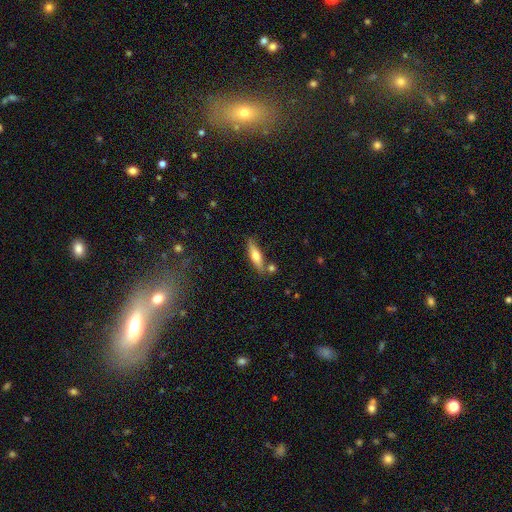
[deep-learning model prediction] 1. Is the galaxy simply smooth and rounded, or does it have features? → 56% smooth, 38% featured or disk, 6% star or artifact.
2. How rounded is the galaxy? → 72% cigar-shaped, 26% in between, 2% round.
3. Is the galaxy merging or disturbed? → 76% none, 13% minor disturbance, 8% merger, 3% major disturbance.